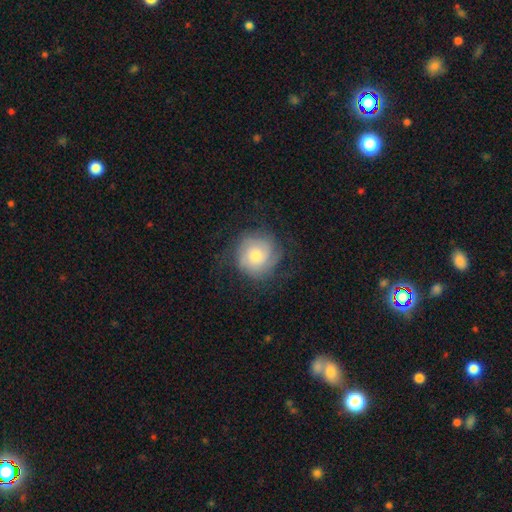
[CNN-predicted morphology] This is possibly a featured or disk galaxy (52%). It is clearly not viewed edge-on (97%). Bar: clearly no (81%). Spiral arm pattern: clearly yes (84%). Central bulge: likely moderate (61%). Merging: likely none (71%).